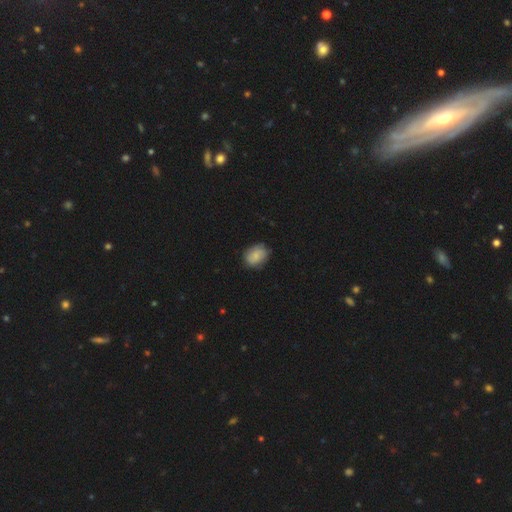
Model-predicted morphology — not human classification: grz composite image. It shows a smooth galaxy with no disk features (74%) that is in between round and cigar-shaped (61%). Merging: none (74%).